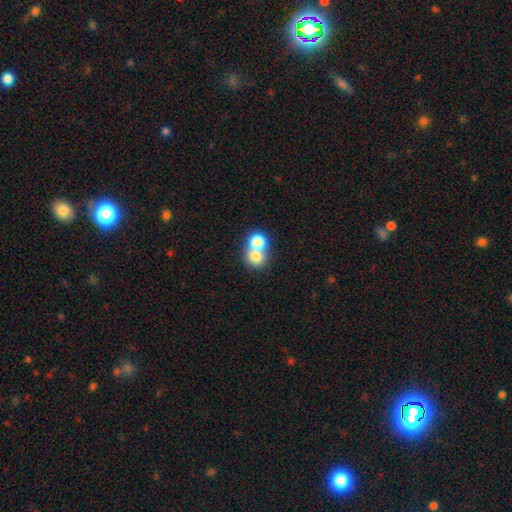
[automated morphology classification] Smooth or featured? Predicted: smooth (p=0.73). How rounded? Predicted: round (p=0.77). Merging? Predicted: merger (p=0.65).